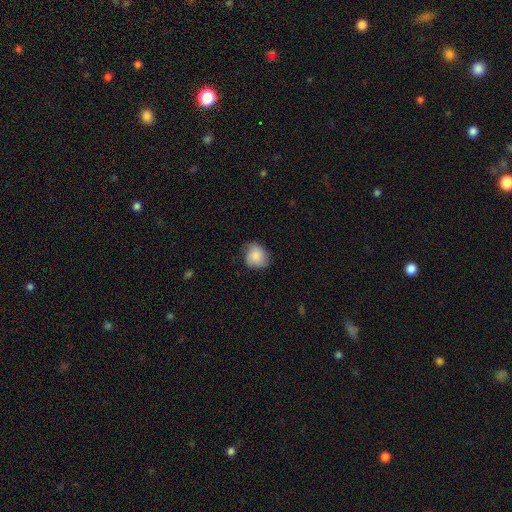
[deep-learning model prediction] Smooth or featured?
  - smooth: 83% *
  - featured or disk: 10%
  - star or artifact: 7%
How rounded?
  - round: 73% *
  - in between: 26%
  - cigar-shaped: 1%
Merging?
  - none: 70% *
  - minor disturbance: 24%
  - major disturbance: 5%
  - merger: 1%